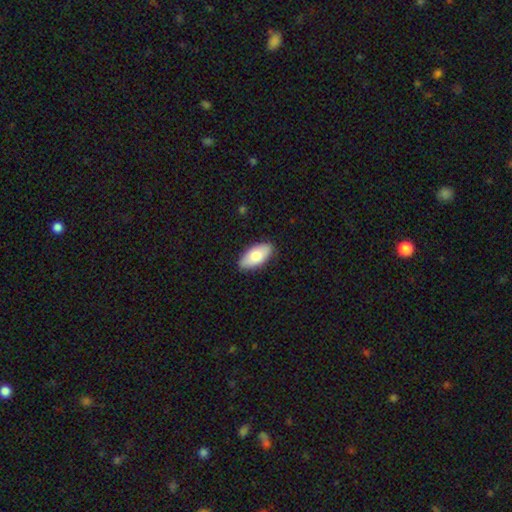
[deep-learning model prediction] A smooth galaxy with no disk features (79%) that is in between round and cigar-shaped (92%). Merging: none (87%).